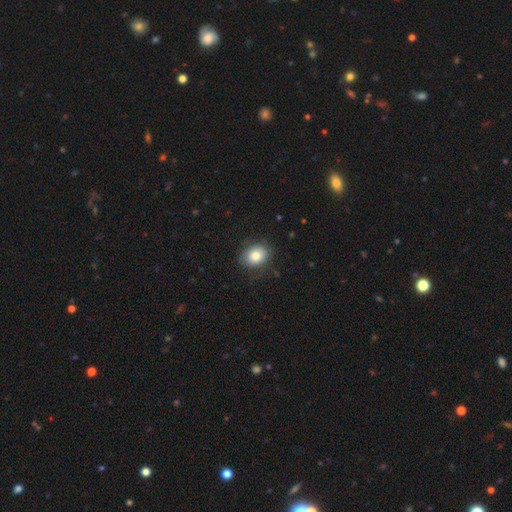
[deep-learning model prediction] smooth-or-featured: smooth: 83% | featured or disk: 9% | star or artifact: 8%
  how-rounded: in between: 60% | round: 39% | cigar-shaped: 1%
  merging: none: 81% | minor disturbance: 14% | major disturbance: 4% | merger: 1%